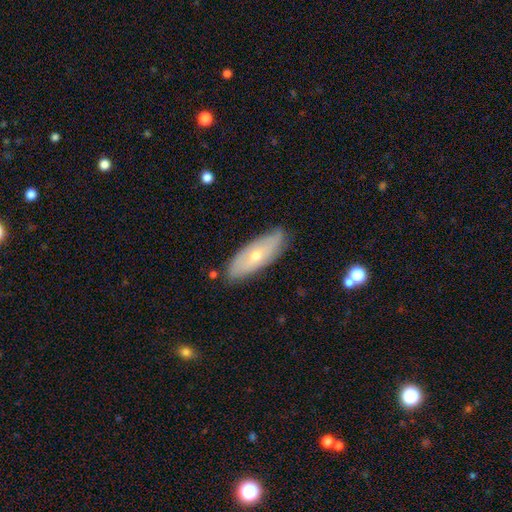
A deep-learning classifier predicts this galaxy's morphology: type=featured or disk (47%); merging=none (79%).